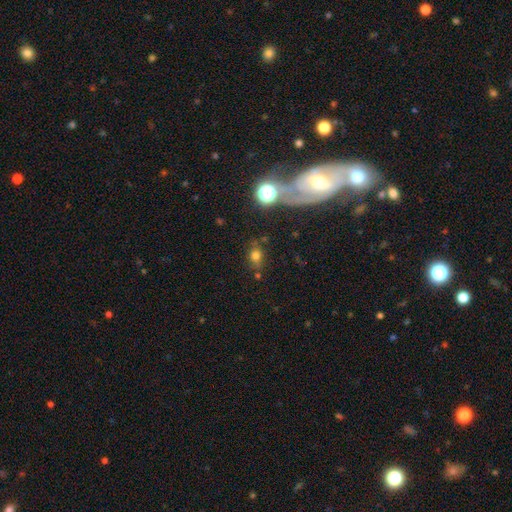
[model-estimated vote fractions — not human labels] A smooth galaxy with no disk features (65%) that is round (54%). Merging: none (68%).